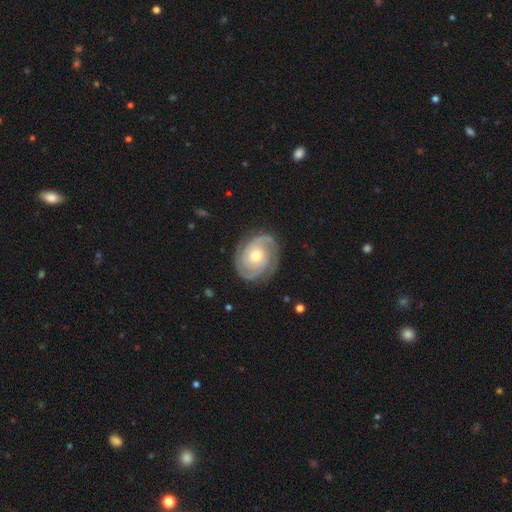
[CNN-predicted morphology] This is clearly a featured or disk galaxy (89%). It is clearly not viewed edge-on (98%). Bar: likely no (73%). Spiral arm pattern: clearly yes (98%). Spiral arm count: likely 2 (70%). Spiral winding: likely tight (68%). Central bulge: likely moderate (62%). Merging: clearly none (83%).